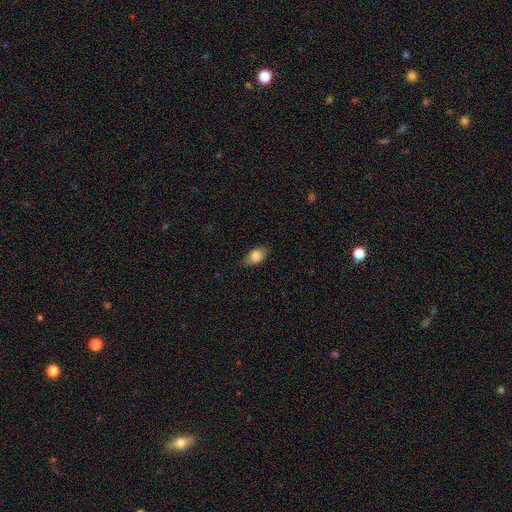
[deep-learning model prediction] Overall: smooth (80%). How rounded: in between (87%). Merging: none (80%).